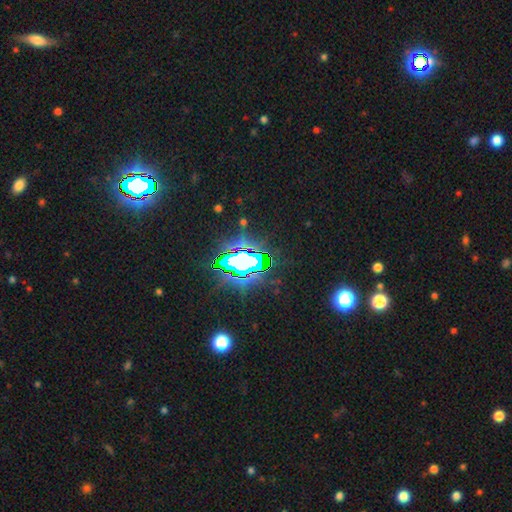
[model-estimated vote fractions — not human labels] smooth_or_featured: star or artifact (p=0.77) [alt: smooth p=0.13]